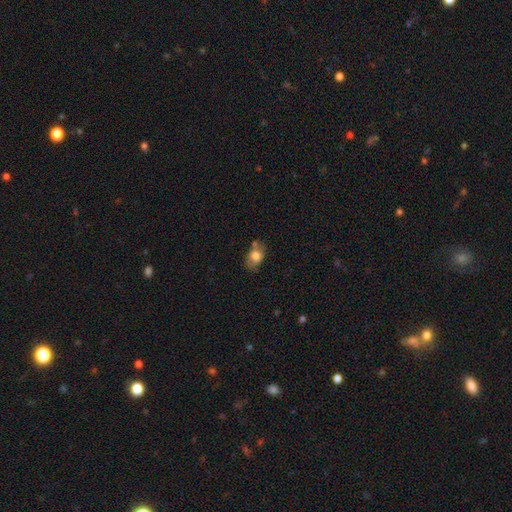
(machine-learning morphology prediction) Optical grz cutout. It shows a smooth galaxy with no disk features (72%) that is in between round and cigar-shaped (83%). Merging: none (57%).